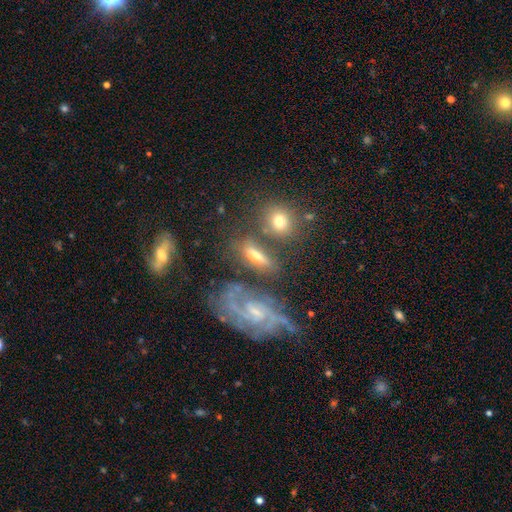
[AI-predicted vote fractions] Smooth or featured?
  - featured or disk: 48% *
  - smooth: 37%
  - star or artifact: 15%
Merging?
  - none: 57% *
  - minor disturbance: 19%
  - merger: 14%
  - major disturbance: 10%